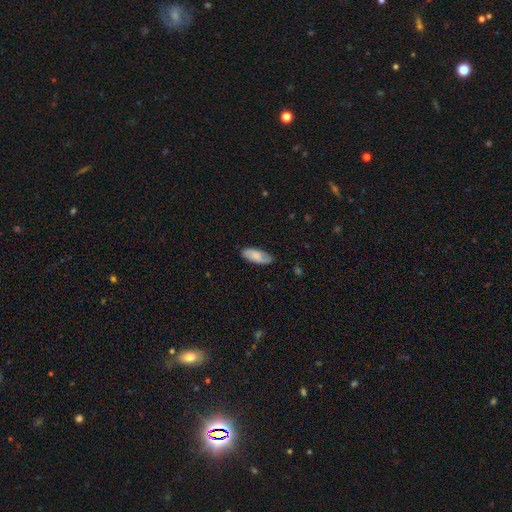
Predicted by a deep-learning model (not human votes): The model was most divided on "smooth or featured": smooth: 65%, featured or disk: 29%, star or artifact: 6%. More confident: merging — none (82%); how rounded — in between (80%).